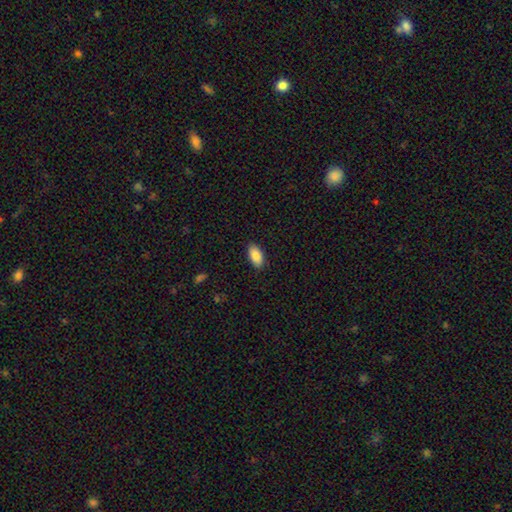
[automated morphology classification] The model was most divided on "merging": none: 88%, minor disturbance: 9%, major disturbance: 2%, merger: 1%. More confident: how rounded — in between (93%); smooth or featured — smooth (89%).